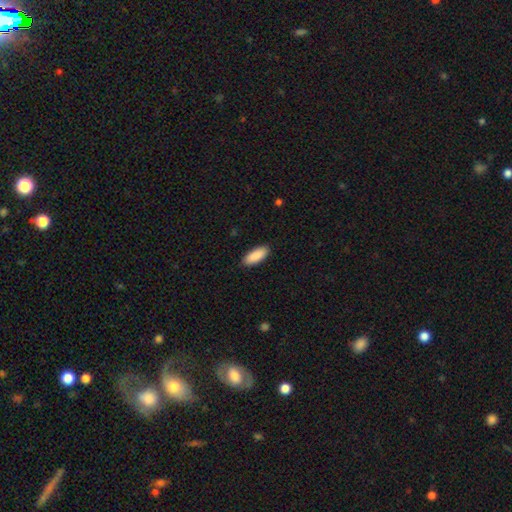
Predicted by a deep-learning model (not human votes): Morphology: type=smooth (90%); roundness=in between (80%); merging=none (89%).